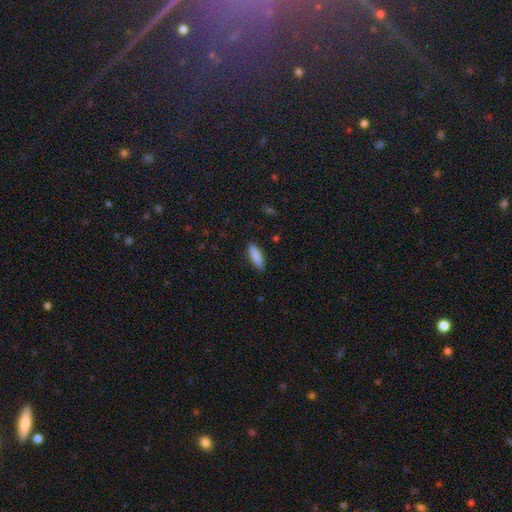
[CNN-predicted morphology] Smooth or featured: smooth — 86% (featured or disk — 8%)
How rounded: cigar-shaped — 56% (in between — 42%)
Merging: none — 87% (minor disturbance — 10%)